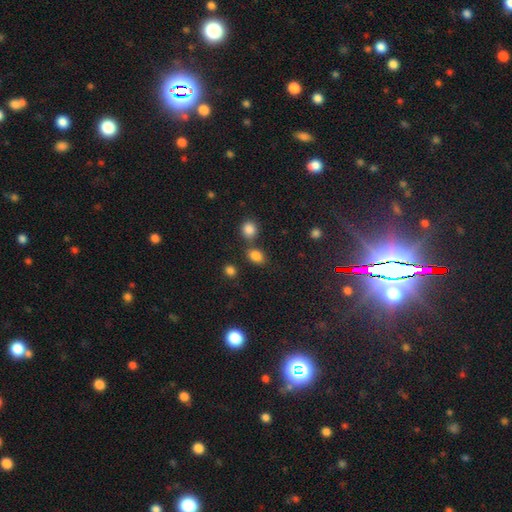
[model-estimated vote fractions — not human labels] Overall: smooth (82%). How rounded: in between (71%). Merging: none (64%).